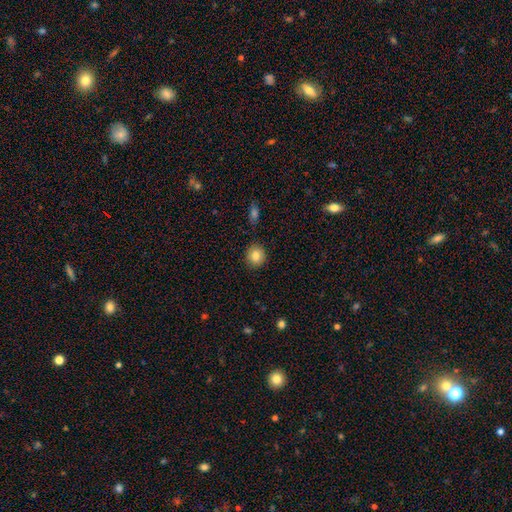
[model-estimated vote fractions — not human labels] Smooth or featured?
  - smooth: 83% *
  - star or artifact: 9%
  - featured or disk: 8%
How rounded?
  - round: 85% *
  - in between: 14%
  - cigar-shaped: 1%
Merging?
  - none: 89% *
  - minor disturbance: 8%
  - major disturbance: 2%
  - merger: 2%